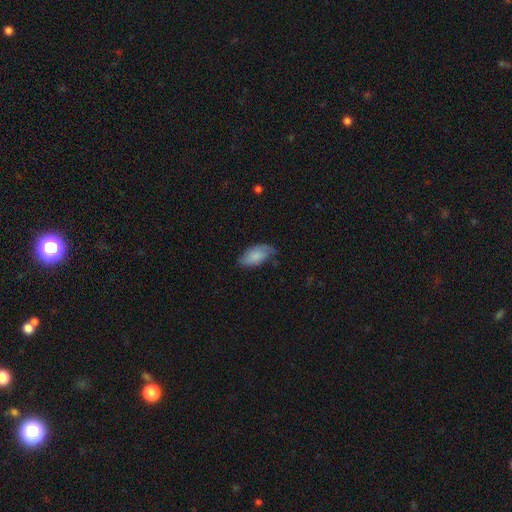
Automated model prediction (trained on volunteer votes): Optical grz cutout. It shows a smooth galaxy with no disk features (75%) that is in between round and cigar-shaped (92%). Merging: none (61%).